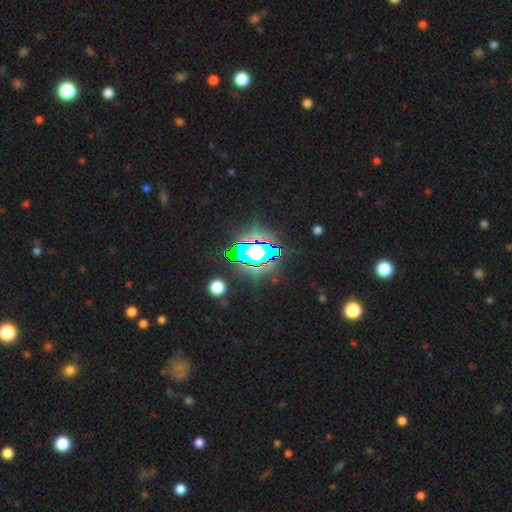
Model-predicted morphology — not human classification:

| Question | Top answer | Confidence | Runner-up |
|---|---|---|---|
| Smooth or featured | star or artifact | 68% | smooth (17%) |